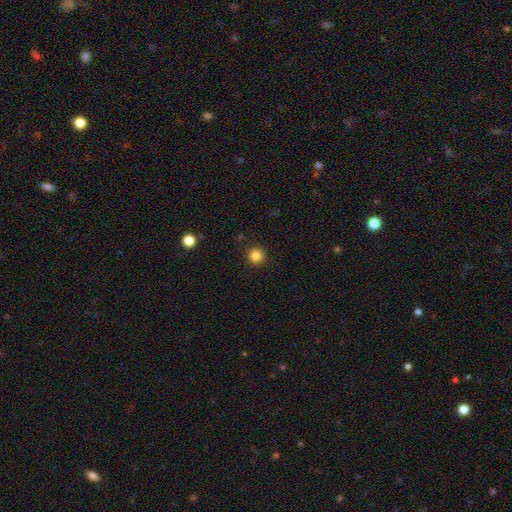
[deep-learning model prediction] smooth 84%, star or artifact 12%, featured or disk 4%. Down the decision tree: how rounded — round (95%); merging — none (92%).